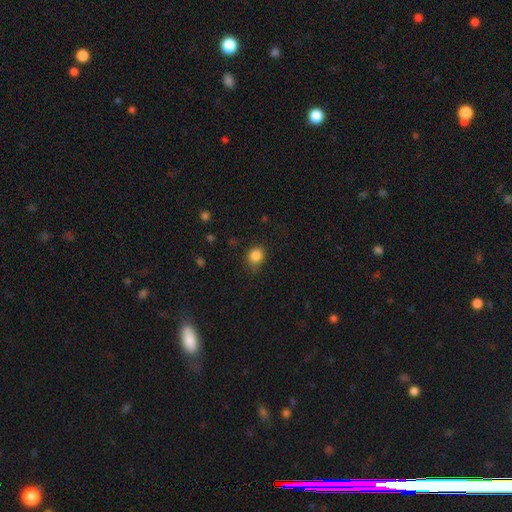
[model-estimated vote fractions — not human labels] Smooth or featured? smooth (84%)
How rounded? round (76%)
Merging? none (72%)